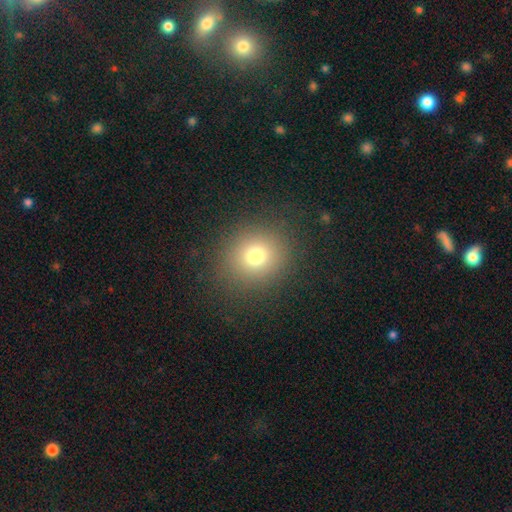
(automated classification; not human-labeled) This is likely a smooth galaxy (75%). How rounded: clearly round (85%). Merging: clearly none (88%).